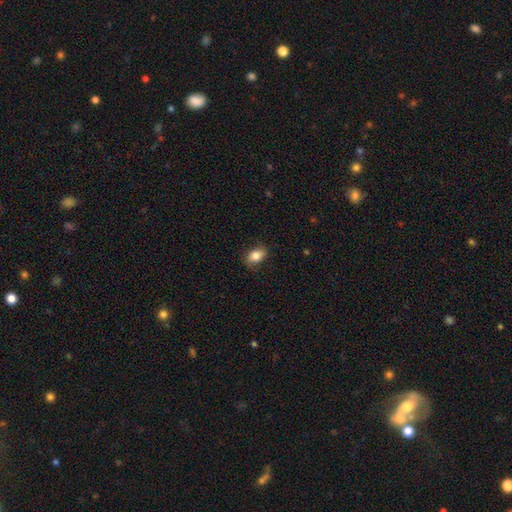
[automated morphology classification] Smooth or featured? smooth (72%)
How rounded? in between (81%)
Merging? none (74%)